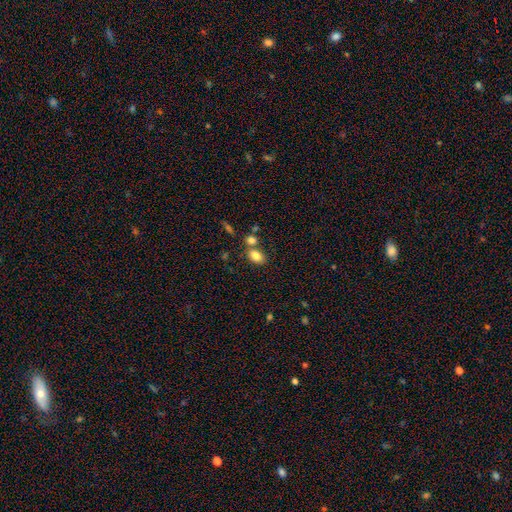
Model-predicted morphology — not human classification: Smooth or featured? Predicted: smooth (p=0.83). How rounded? Predicted: in between (p=0.85). Merging? Predicted: none (p=0.61).